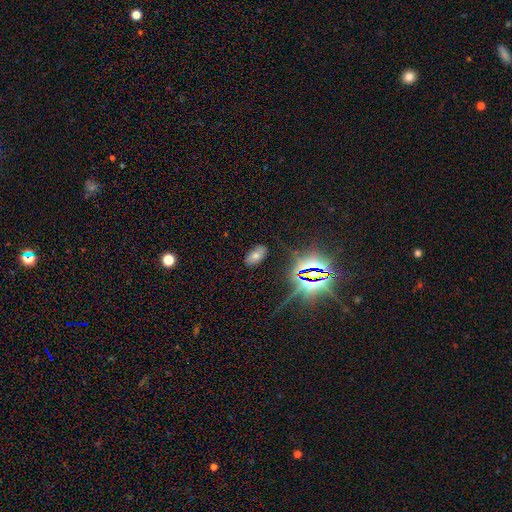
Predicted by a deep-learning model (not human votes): Smooth or featured: smooth — 54% (star or artifact — 29%)
How rounded: in between — 92% (round — 4%)
Merging: none — 81% (minor disturbance — 13%)